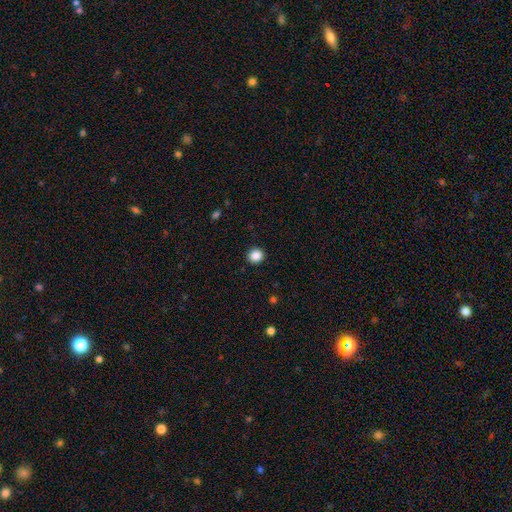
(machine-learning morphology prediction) This appears to be a smooth galaxy with no disk features (87%) that is round (91%). Merging: none (92%).